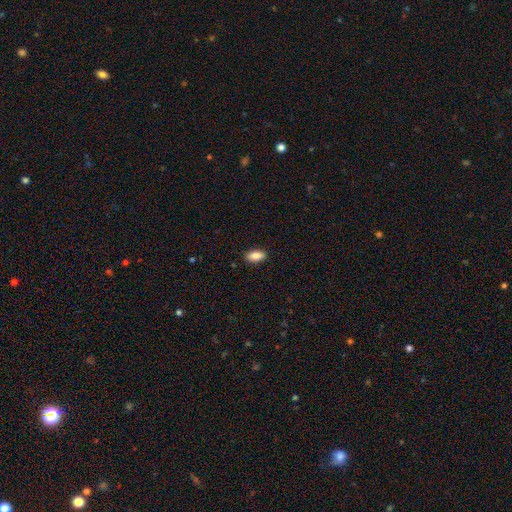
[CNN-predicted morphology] smooth-or-featured: smooth: 86% | star or artifact: 7% | featured or disk: 7%
  how-rounded: in between: 90% | cigar-shaped: 8% | round: 3%
  merging: none: 89% | minor disturbance: 8% | major disturbance: 2% | merger: 1%